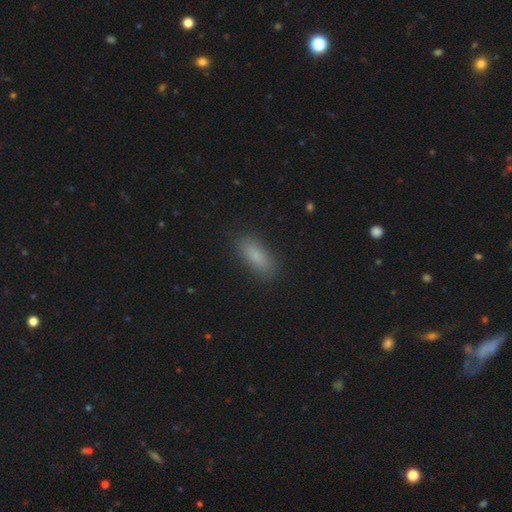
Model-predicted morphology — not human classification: This appears to be a smooth galaxy with no disk features (84%) that is in between round and cigar-shaped (71%). Merging: none (87%).